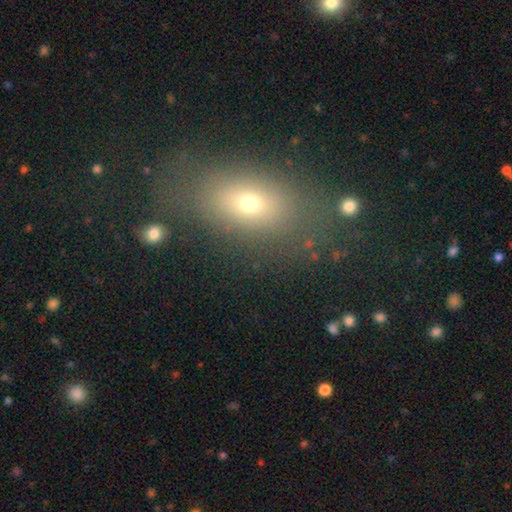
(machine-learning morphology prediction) Smooth or featured?
  - smooth: 63% *
  - star or artifact: 20%
  - featured or disk: 18%
How rounded?
  - in between: 76% *
  - round: 18%
  - cigar-shaped: 6%
Merging?
  - none: 76% *
  - minor disturbance: 13%
  - major disturbance: 8%
  - merger: 3%